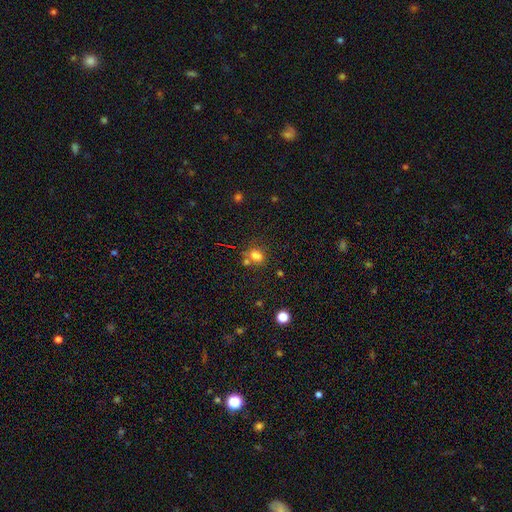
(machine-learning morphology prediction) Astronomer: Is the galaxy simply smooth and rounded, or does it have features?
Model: smooth — 72%.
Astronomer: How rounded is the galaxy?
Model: in between — 63%.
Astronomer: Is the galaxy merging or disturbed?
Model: none — 54%.